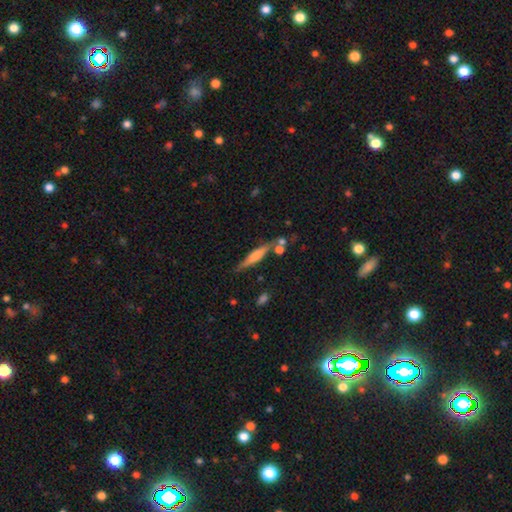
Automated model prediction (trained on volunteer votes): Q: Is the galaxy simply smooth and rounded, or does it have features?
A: featured or disk — 50%.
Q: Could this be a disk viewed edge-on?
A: yes — 93%.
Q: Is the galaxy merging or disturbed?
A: none — 70%.